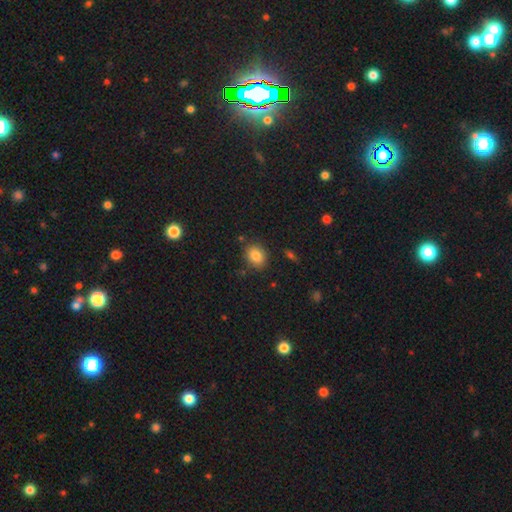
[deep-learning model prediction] Smooth or featured? smooth (83%)
How rounded? round (50%)
Merging? none (83%)